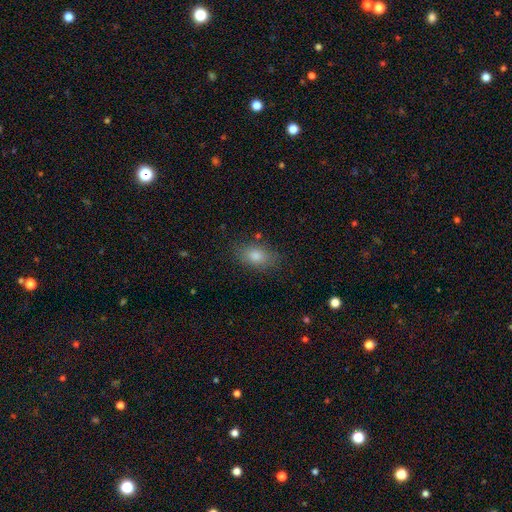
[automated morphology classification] smooth-or-featured: smooth: 78% | star or artifact: 12% | featured or disk: 10%
  how-rounded: in between: 83% | round: 14% | cigar-shaped: 3%
  merging: none: 83% | minor disturbance: 12% | major disturbance: 3% | merger: 2%